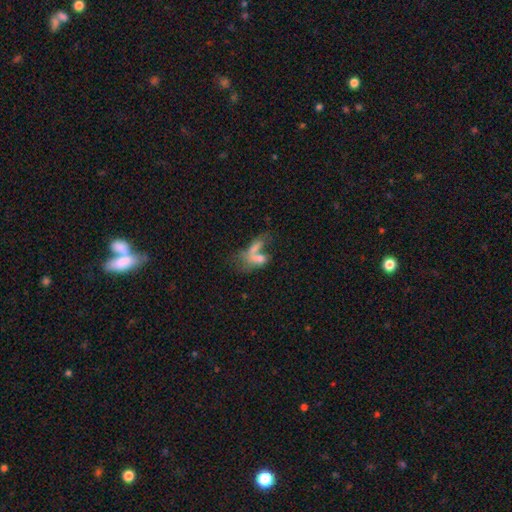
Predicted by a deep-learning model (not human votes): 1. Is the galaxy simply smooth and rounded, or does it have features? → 55% smooth, 33% featured or disk, 12% star or artifact.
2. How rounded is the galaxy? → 77% in between, 13% cigar-shaped, 9% round.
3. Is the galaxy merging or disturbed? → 58% merger, 20% major disturbance, 15% none, 8% minor disturbance.